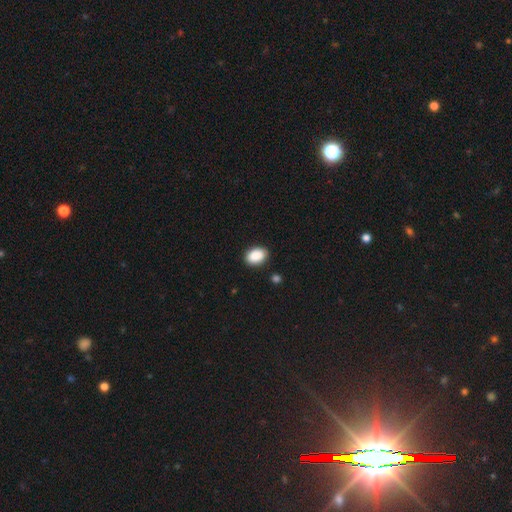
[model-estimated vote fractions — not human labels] Smooth or featured?
  - smooth: 90% *
  - star or artifact: 7%
  - featured or disk: 3%
How rounded?
  - in between: 84% *
  - round: 15%
  - cigar-shaped: 1%
Merging?
  - none: 87% *
  - minor disturbance: 9%
  - major disturbance: 2%
  - merger: 1%